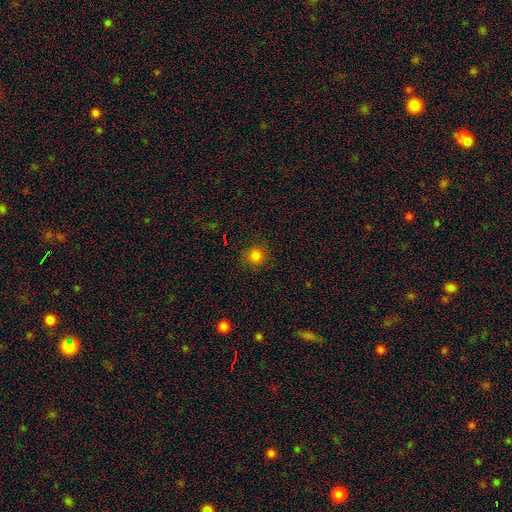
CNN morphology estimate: This is clearly a smooth galaxy (82%). How rounded: clearly round (93%). Merging: clearly none (89%).